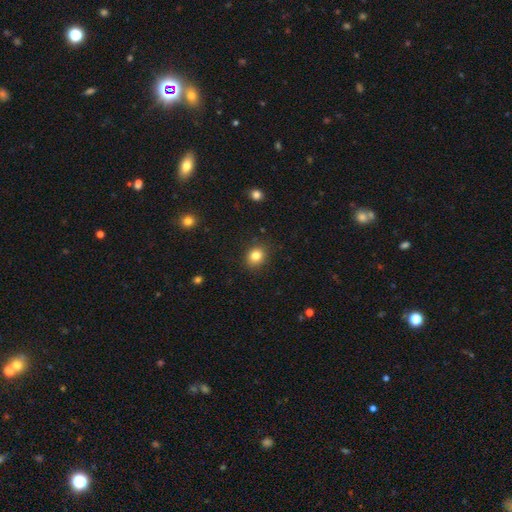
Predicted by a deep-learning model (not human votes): The model was most divided on "how rounded": round: 65%, in between: 34%, cigar-shaped: 1%. More confident: merging — none (88%); smooth or featured — smooth (83%).